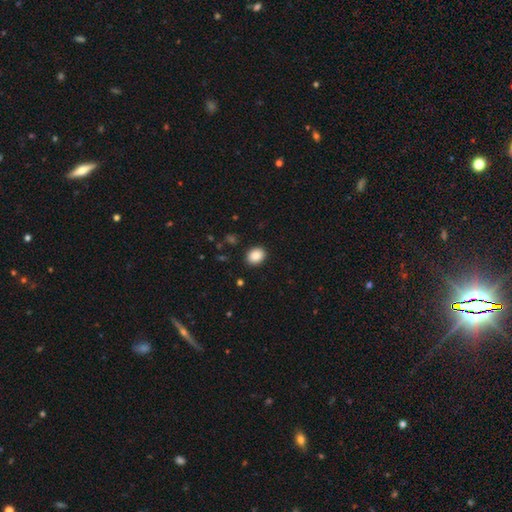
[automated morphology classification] Smooth or featured?
  - smooth: 89% *
  - star or artifact: 8%
  - featured or disk: 3%
How rounded?
  - in between: 55% *
  - round: 44%
  - cigar-shaped: 1%
Merging?
  - none: 90% *
  - minor disturbance: 7%
  - major disturbance: 2%
  - merger: 1%